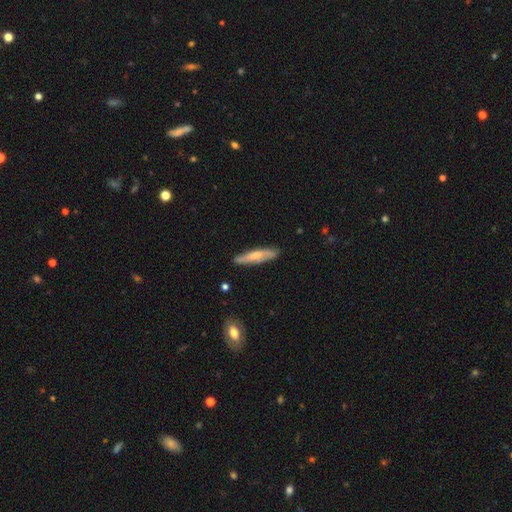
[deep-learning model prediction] The model was most divided on "smooth or featured": smooth: 54%, featured or disk: 41%, star or artifact: 6%. More confident: how rounded — cigar-shaped (83%); merging — none (83%).